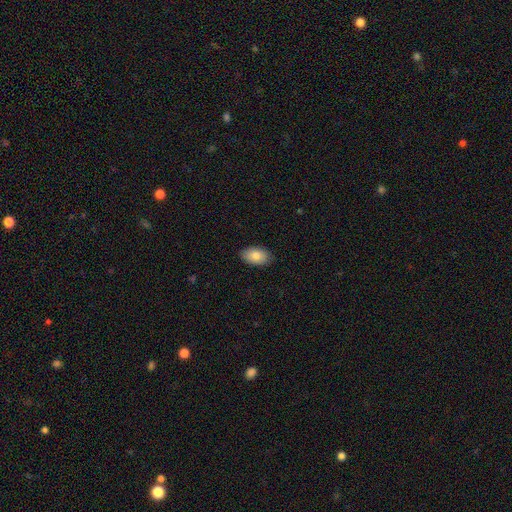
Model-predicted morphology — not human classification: Smooth or featured? Predicted: smooth (p=0.83). How rounded? Predicted: in between (p=0.93). Merging? Predicted: none (p=0.88).